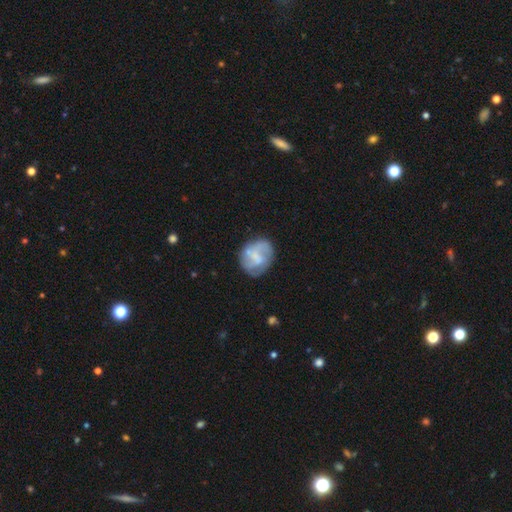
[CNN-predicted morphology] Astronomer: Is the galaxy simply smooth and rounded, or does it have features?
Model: featured or disk — 57% (runner-up: smooth, 36%).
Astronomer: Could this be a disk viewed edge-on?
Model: no — 98%.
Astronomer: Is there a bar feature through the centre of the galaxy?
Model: weak — 45% (runner-up: no, 38%).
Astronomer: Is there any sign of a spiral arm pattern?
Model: yes — 71%.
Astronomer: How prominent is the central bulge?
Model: none — 42% (runner-up: small, 29%).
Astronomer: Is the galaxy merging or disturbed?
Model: none — 63%.